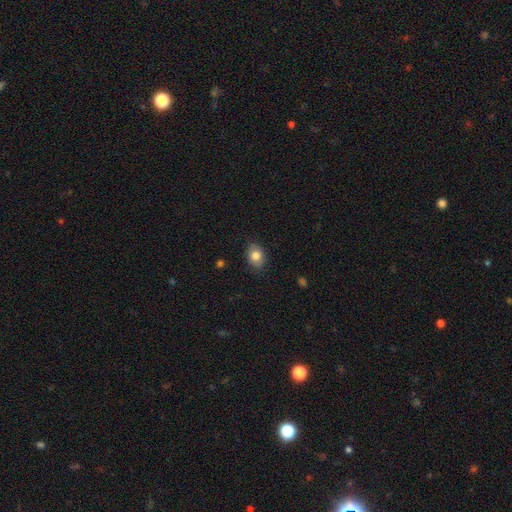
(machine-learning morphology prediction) smooth_or_featured: smooth (p=0.81) [alt: featured or disk p=0.10]
how_rounded: in between (p=0.67) [alt: round p=0.31]
merging: none (p=0.85) [alt: minor disturbance p=0.11]